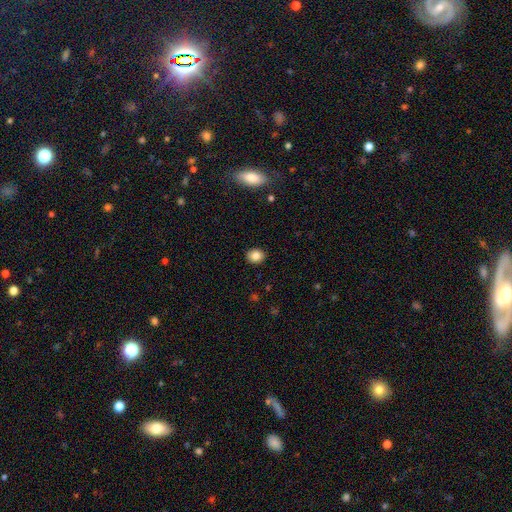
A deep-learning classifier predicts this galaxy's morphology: smooth_or_featured: smooth (p=0.84) [alt: star or artifact p=0.10]
how_rounded: round (p=0.63) [alt: in between p=0.36]
merging: none (p=0.90) [alt: minor disturbance p=0.07]